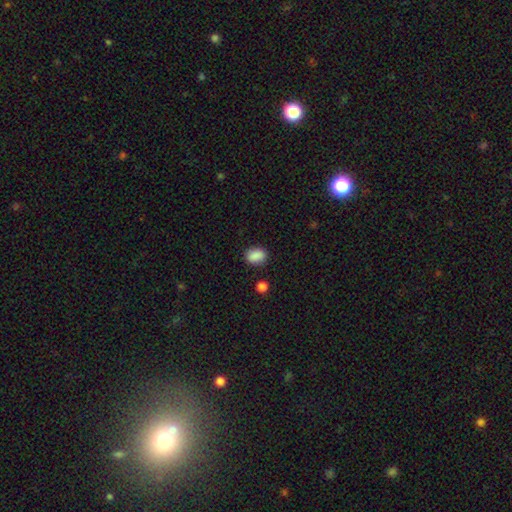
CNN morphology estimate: The model was most divided on "how rounded": in between: 72%, round: 27%, cigar-shaped: 2%. More confident: smooth or featured — smooth (88%); merging — none (83%).